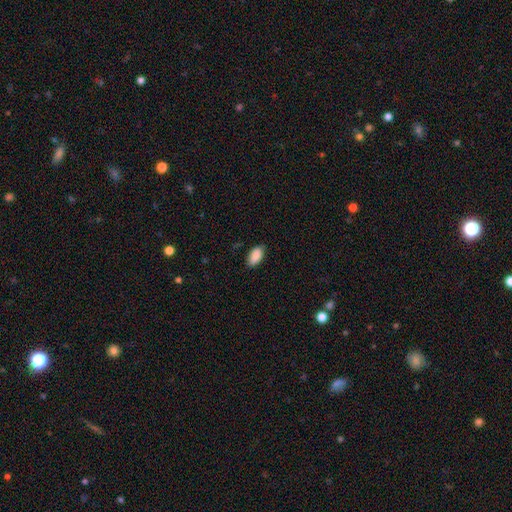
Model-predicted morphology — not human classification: Q: Smooth or featured?
A: smooth (89%); runner-up: star or artifact (7%)
Q: How rounded?
A: in between (93%); runner-up: cigar-shaped (4%)
Q: Merging?
A: none (83%); runner-up: minor disturbance (14%)